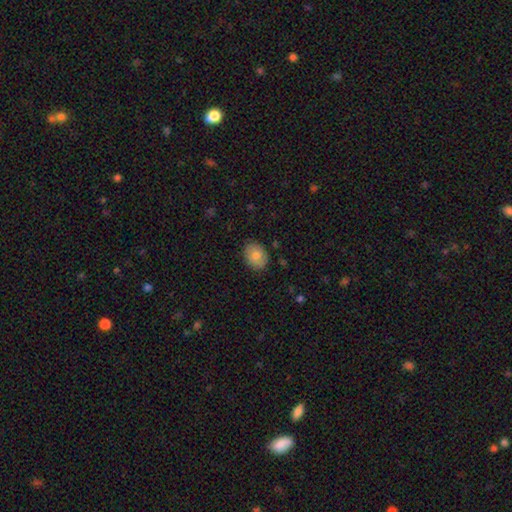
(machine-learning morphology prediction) smooth 80%, featured or disk 12%, star or artifact 7%. Down the decision tree: how rounded — in between (60%); merging — none (86%).